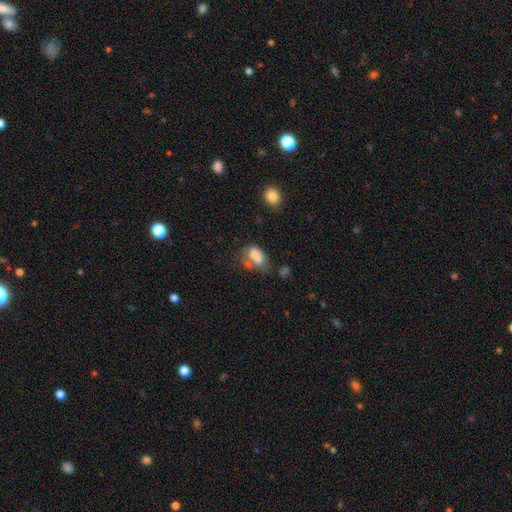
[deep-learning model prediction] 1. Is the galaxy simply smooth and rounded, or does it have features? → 75% smooth, 14% featured or disk, 11% star or artifact.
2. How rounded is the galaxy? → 85% in between, 11% round, 4% cigar-shaped.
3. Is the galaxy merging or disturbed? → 32% merger, 29% none, 22% minor disturbance, 17% major disturbance.